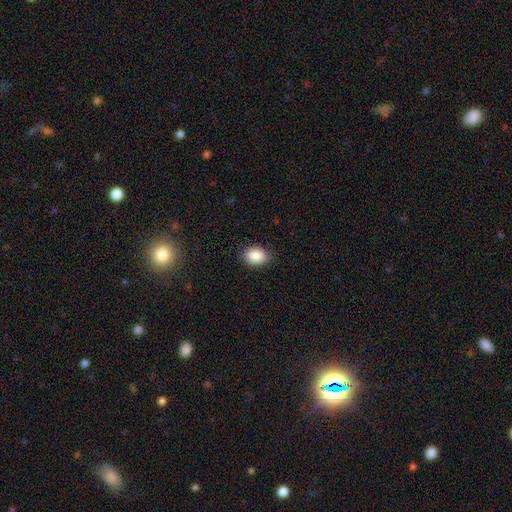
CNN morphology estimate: A smooth galaxy with no disk features (89%) that is in between round and cigar-shaped (77%). Merging: none (84%).